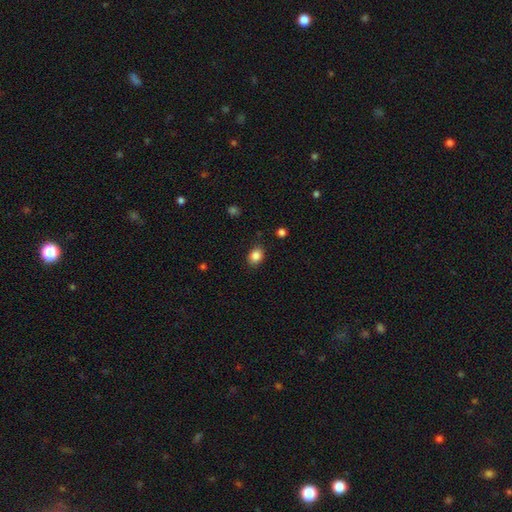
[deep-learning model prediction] smooth 86%, star or artifact 10%, featured or disk 5%. Down the decision tree: how rounded — in between (53%); merging — none (85%).